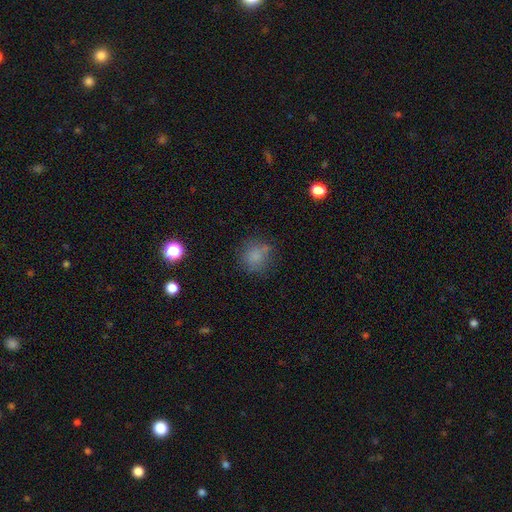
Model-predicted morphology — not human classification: Smooth or featured: smooth — 75% (star or artifact — 15%)
How rounded: round — 84% (in between — 15%)
Merging: none — 69% (minor disturbance — 18%)